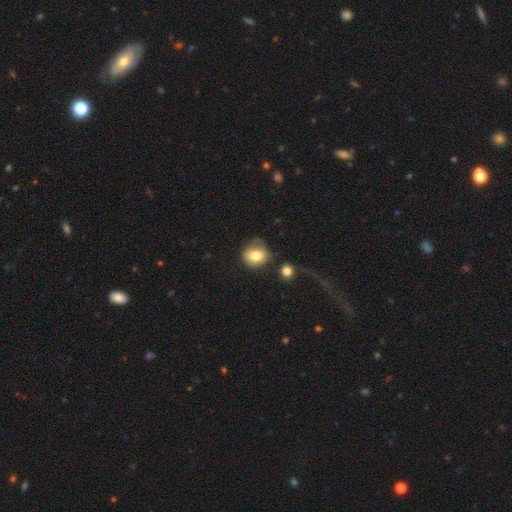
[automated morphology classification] Overall: smooth (78%). How rounded: round (73%). Merging: none (57%; minor disturbance 24%).